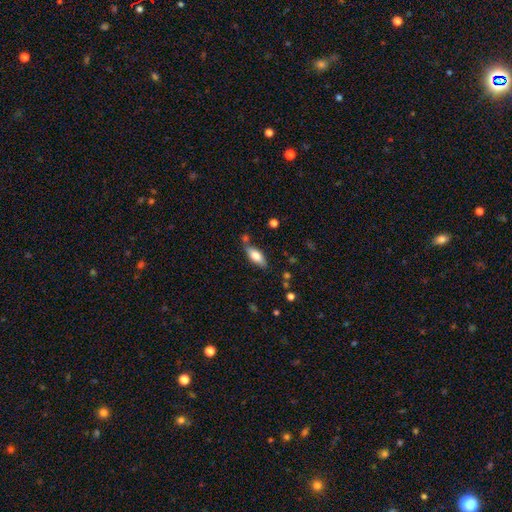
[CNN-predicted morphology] Smooth or featured? Predicted: smooth (p=0.73). How rounded? Predicted: in between (p=0.75). Merging? Predicted: none (p=0.68).